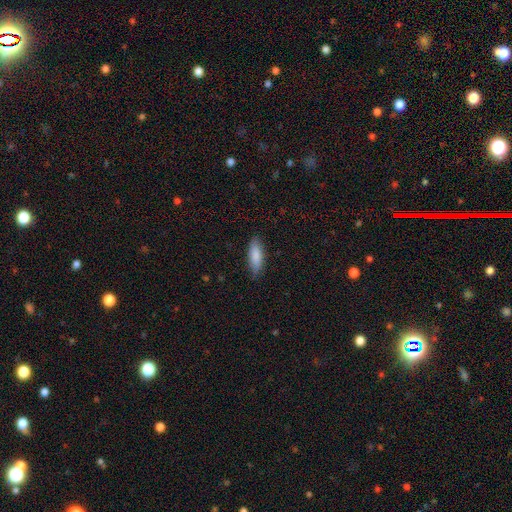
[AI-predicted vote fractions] smooth_or_featured: smooth (p=0.84) [alt: featured or disk p=0.11]
how_rounded: in between (p=0.60) [alt: cigar-shaped p=0.39]
merging: none (p=0.82) [alt: minor disturbance p=0.15]